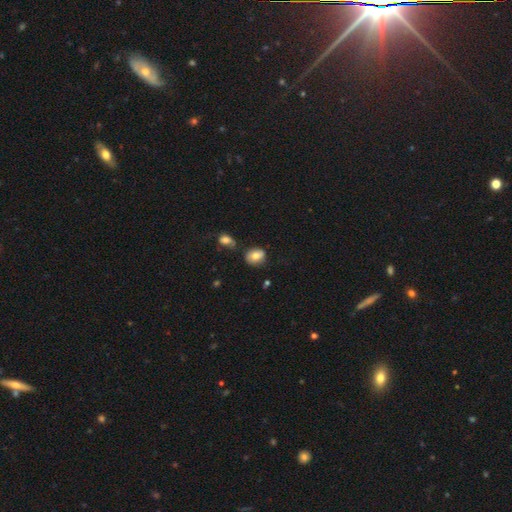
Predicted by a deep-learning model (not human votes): This appears to be a smooth galaxy with no disk features (74%) that is round (52%). Merging: none (65%).